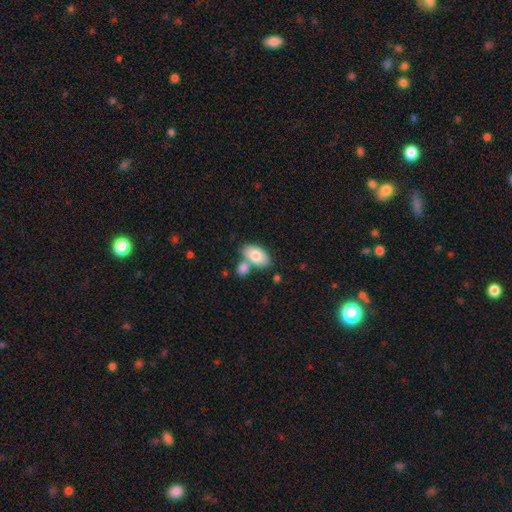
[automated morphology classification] smooth-or-featured: smooth: 78% | featured or disk: 16% | star or artifact: 6%
  how-rounded: in between: 93% | round: 5% | cigar-shaped: 2%
  merging: none: 56% | merger: 28% | minor disturbance: 12% | major disturbance: 3%